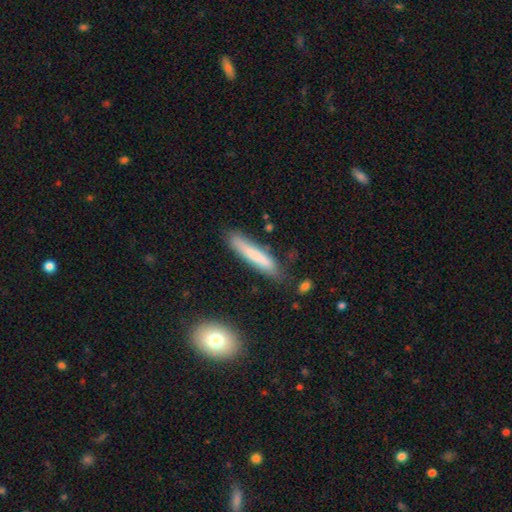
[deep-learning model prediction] smooth_or_featured: smooth (p=0.75) [alt: featured or disk p=0.18]
how_rounded: cigar-shaped (p=0.91) [alt: in between p=0.07]
merging: none (p=0.80) [alt: minor disturbance p=0.14]